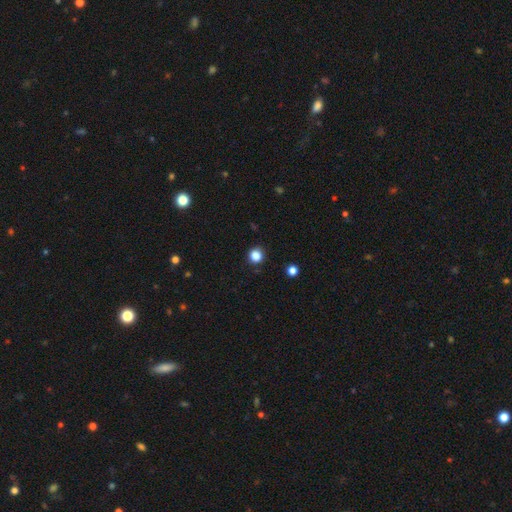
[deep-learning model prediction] Smooth or featured? smooth (85%)
How rounded? round (92%)
Merging? none (90%)